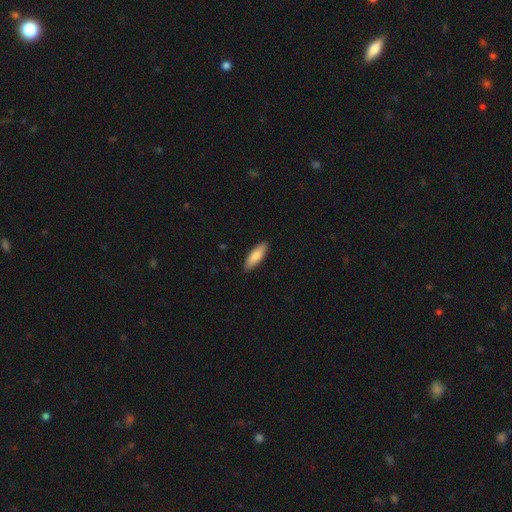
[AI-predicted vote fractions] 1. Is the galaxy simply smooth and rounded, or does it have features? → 82% smooth, 12% featured or disk, 5% star or artifact.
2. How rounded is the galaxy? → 53% in between, 45% cigar-shaped, 2% round.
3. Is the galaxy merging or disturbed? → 89% none, 8% minor disturbance, 2% major disturbance, 1% merger.